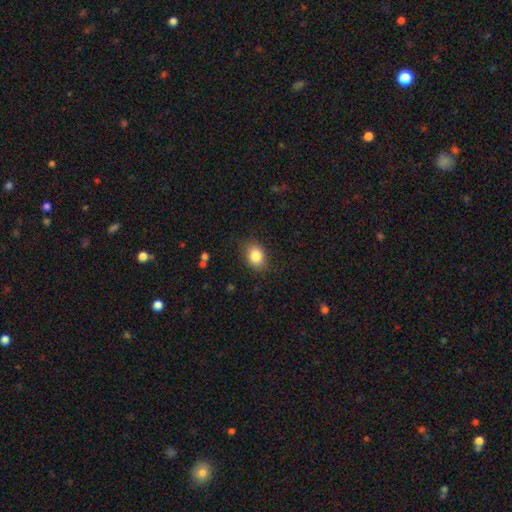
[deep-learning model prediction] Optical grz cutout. It shows a smooth galaxy with no disk features (85%) that is in between round and cigar-shaped (60%). Merging: none (81%).